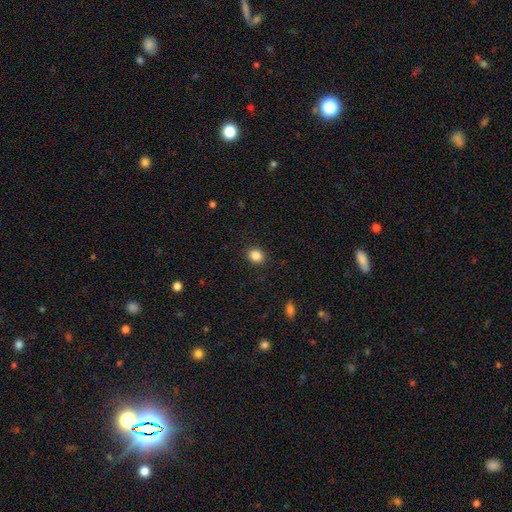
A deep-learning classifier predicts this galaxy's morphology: Smooth or featured? Predicted: smooth (p=0.86). How rounded? Predicted: round (p=0.74). Merging? Predicted: none (p=0.90).